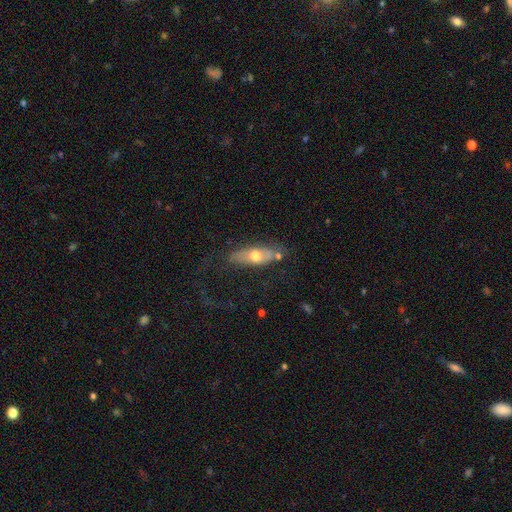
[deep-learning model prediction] Smooth or featured?
  - smooth: 52% *
  - featured or disk: 41%
  - star or artifact: 7%
How rounded?
  - in between: 63% *
  - cigar-shaped: 32%
  - round: 4%
Merging?
  - none: 64% *
  - minor disturbance: 22%
  - major disturbance: 8%
  - merger: 6%